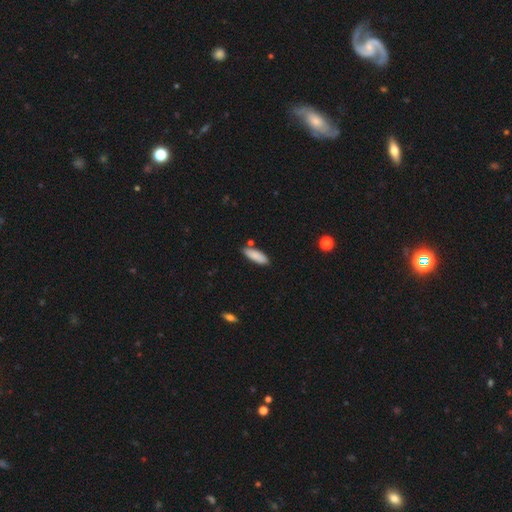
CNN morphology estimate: Overall: smooth (86%). How rounded: in between (61%; cigar-shaped 37%). Merging: none (80%).